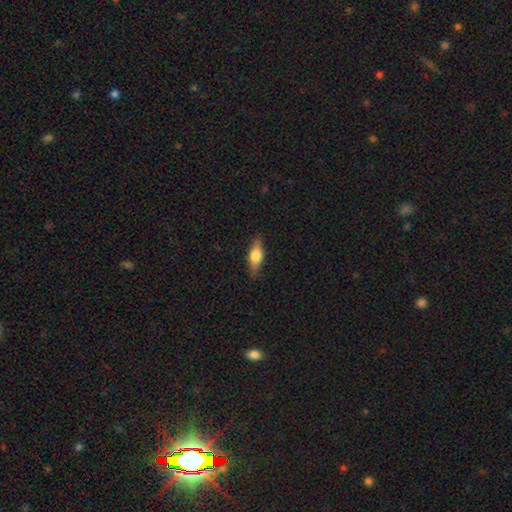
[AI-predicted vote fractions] Morphology: type=smooth (57%); roundness=in between (61%); merging=none (84%).